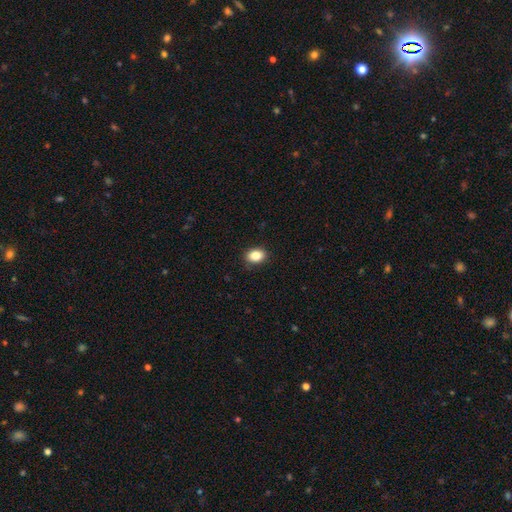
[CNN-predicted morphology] type=smooth (86%); roundness=in between (68%); merging=none (88%).